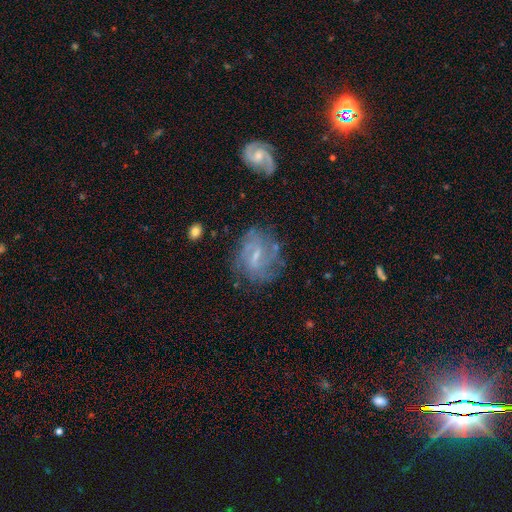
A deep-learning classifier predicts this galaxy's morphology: Q: Smooth or featured?
A: featured or disk (75%); runner-up: smooth (16%)
Q: Edge-on disk?
A: no (96%); runner-up: yes (4%)
Q: Bar?
A: weak (59%); runner-up: no (21%)
Q: Spiral arms?
A: yes (88%); runner-up: no (12%)
Q: Spiral winding?
A: medium (43%); runner-up: tight (34%)
Q: Spiral arm count?
A: 2 (44%); runner-up: can't tell (32%)
Q: Bulge size?
A: small (61%); runner-up: moderate (24%)
Q: Merging?
A: none (65%); runner-up: minor disturbance (20%)